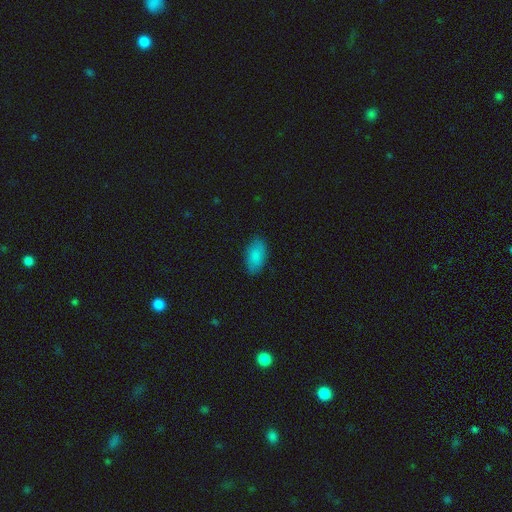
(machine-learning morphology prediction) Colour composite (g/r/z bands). It shows a smooth galaxy with no disk features (87%) that is in between round and cigar-shaped (93%). Merging: none (86%).